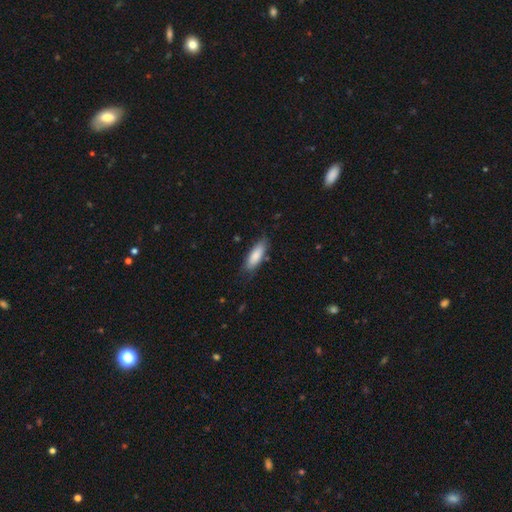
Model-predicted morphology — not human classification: Smooth or featured?
  - smooth: 84% *
  - featured or disk: 10%
  - star or artifact: 6%
How rounded?
  - in between: 62% *
  - cigar-shaped: 37%
  - round: 2%
Merging?
  - none: 78% *
  - minor disturbance: 17%
  - major disturbance: 3%
  - merger: 2%